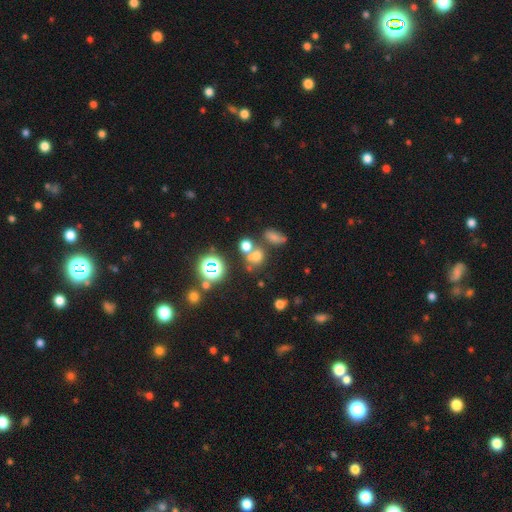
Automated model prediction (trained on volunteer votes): This is possibly a smooth galaxy (58%). How rounded: likely round (70%). Merging: possibly none (48%).